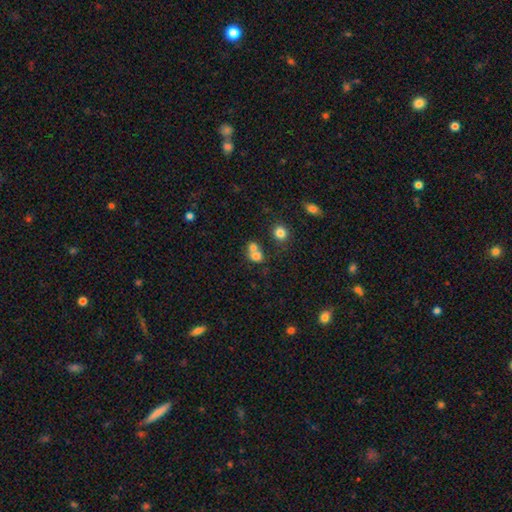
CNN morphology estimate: Smooth or featured?
  - smooth: 72% *
  - featured or disk: 15%
  - star or artifact: 13%
How rounded?
  - round: 61% *
  - in between: 38%
  - cigar-shaped: 1%
Merging?
  - merger: 59% *
  - none: 29%
  - minor disturbance: 7%
  - major disturbance: 4%